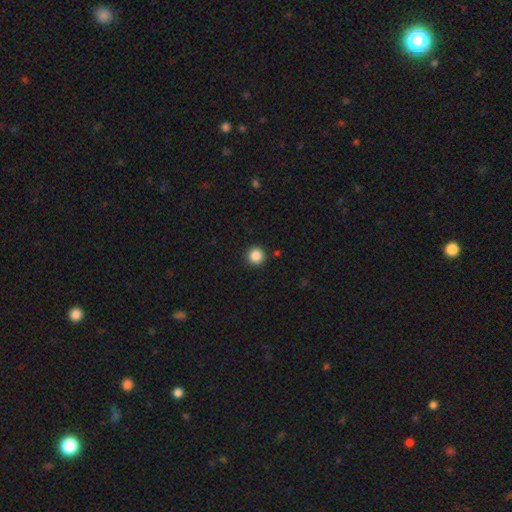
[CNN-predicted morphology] A smooth galaxy with no disk features (86%) that is round (96%).

Vote fractions:
- Smooth or featured? smooth: 86% / star or artifact: 10% / featured or disk: 3%
- How rounded? round: 96% / in between: 3% / cigar-shaped: 1%
- Merging? none: 92% / minor disturbance: 5% / major disturbance: 2% / merger: 1%